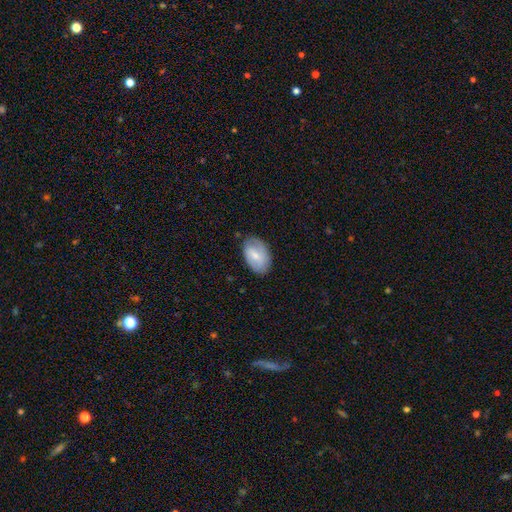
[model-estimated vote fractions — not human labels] smooth-or-featured: smooth: 55% | featured or disk: 39% | star or artifact: 6%
  how-rounded: in between: 89% | round: 10% | cigar-shaped: 1%
  merging: none: 77% | minor disturbance: 18% | major disturbance: 4% | merger: 1%